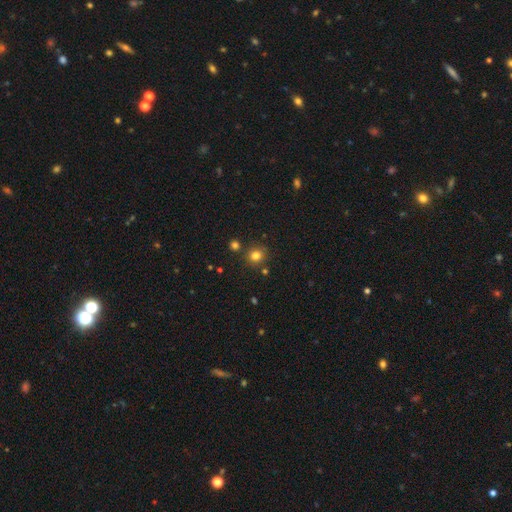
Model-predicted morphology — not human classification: smooth-or-featured: smooth: 80% | star or artifact: 14% | featured or disk: 6%
  how-rounded: round: 85% | in between: 14% | cigar-shaped: 1%
  merging: none: 81% | minor disturbance: 9% | merger: 7% | major disturbance: 3%